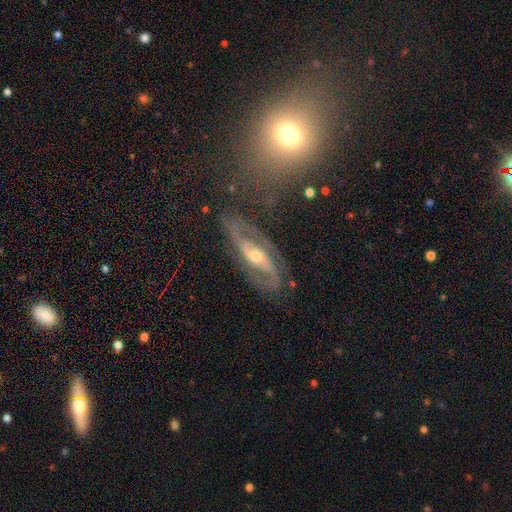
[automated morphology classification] This appears to be a featured or disk galaxy (86%) with a weak bar (38%), 2 (90%) medium (50%) spiral arms (95%) and a moderate central bulge (49%). Merging: none (76%).